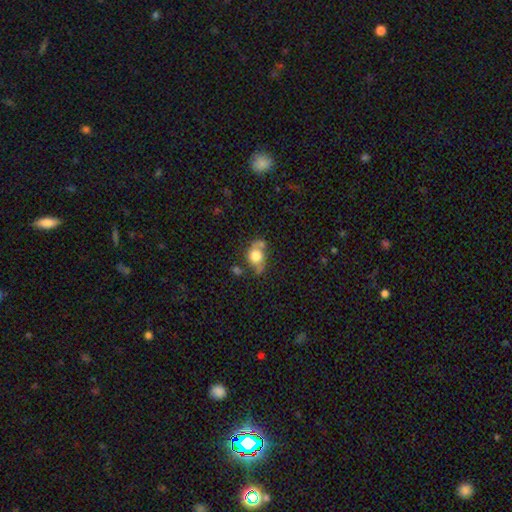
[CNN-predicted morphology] type=smooth (69%); roundness=round (58%); merging=none (45%).